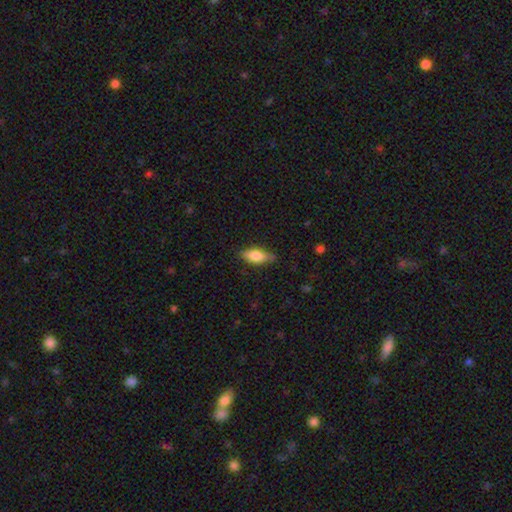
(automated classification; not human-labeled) A smooth galaxy with no disk features (71%) that is in between round and cigar-shaped (70%). Merging: none (80%).